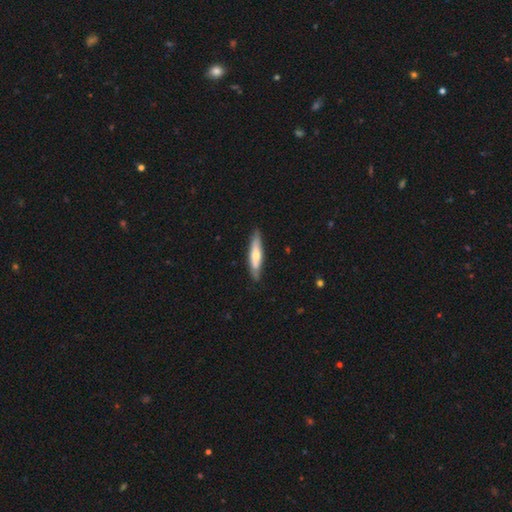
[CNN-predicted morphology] A smooth galaxy with no disk features (53%) that is cigar-shaped (81%).

Vote fractions:
- Smooth or featured? smooth: 53% / featured or disk: 42% / star or artifact: 5%
- How rounded? cigar-shaped: 81% / in between: 18% / round: 1%
- Merging? none: 81% / minor disturbance: 15% / major disturbance: 2% / merger: 1%